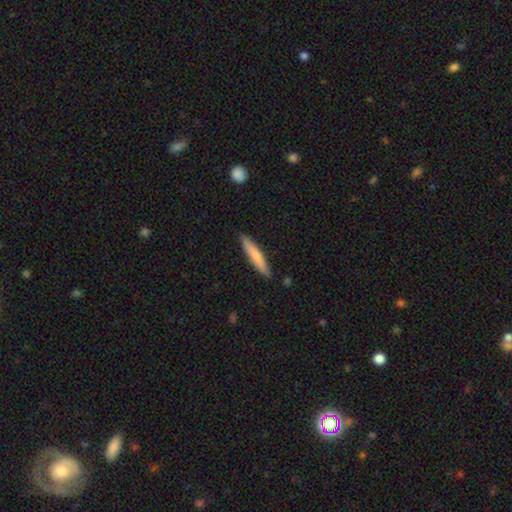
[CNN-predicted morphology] This is likely a smooth galaxy (73%). How rounded: clearly cigar-shaped (92%). Merging: clearly none (87%).